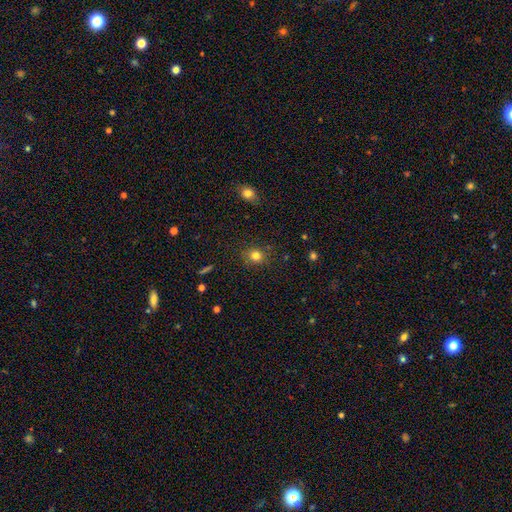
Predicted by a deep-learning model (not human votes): This appears to be a smooth galaxy with no disk features (80%) that is round (83%). Merging: none (84%).